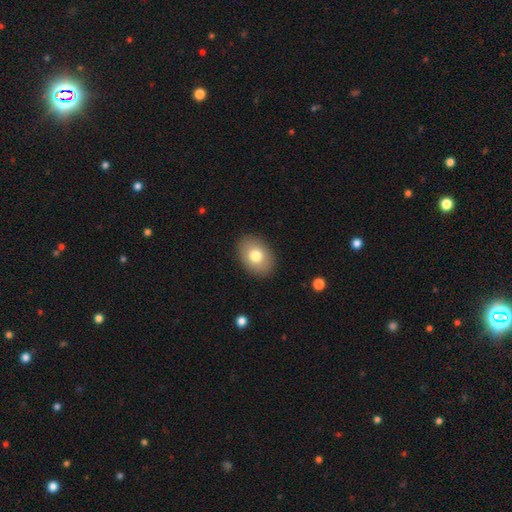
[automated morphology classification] Smooth or featured?
  - smooth: 77% *
  - featured or disk: 15%
  - star or artifact: 8%
How rounded?
  - in between: 77% *
  - round: 22%
  - cigar-shaped: 1%
Merging?
  - none: 89% *
  - minor disturbance: 8%
  - major disturbance: 2%
  - merger: 1%